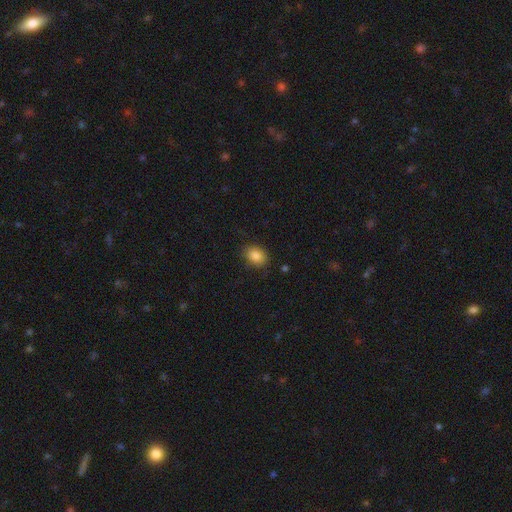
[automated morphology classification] Overall: smooth (86%). How rounded: in between (68%; round 31%). Merging: none (84%).